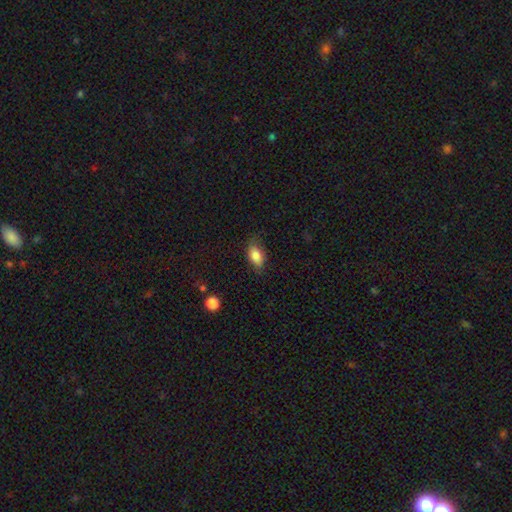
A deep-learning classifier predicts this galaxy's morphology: The model was most divided on "merging": none: 72%, minor disturbance: 22%, major disturbance: 5%, merger: 1%. More confident: how rounded — in between (89%); smooth or featured — smooth (83%).